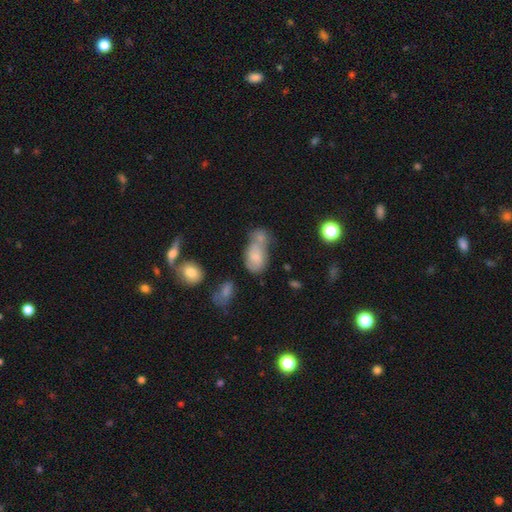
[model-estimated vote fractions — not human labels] Smooth or featured: smooth — 68% (featured or disk — 21%)
How rounded: in between — 87% (round — 11%)
Merging: merger — 50% (none — 25%)